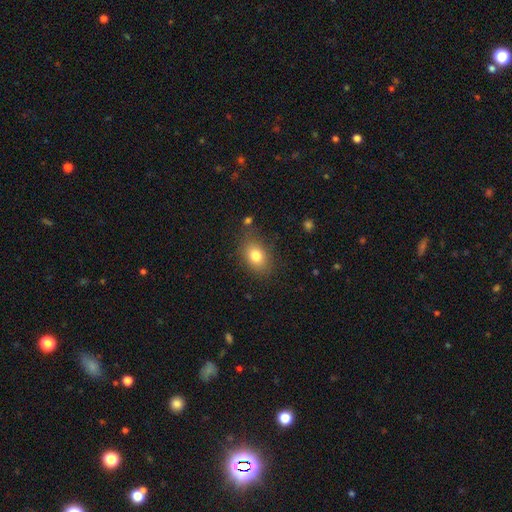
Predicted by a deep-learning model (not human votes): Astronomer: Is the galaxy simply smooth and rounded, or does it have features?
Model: smooth — 80%.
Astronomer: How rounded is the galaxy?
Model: in between — 73%.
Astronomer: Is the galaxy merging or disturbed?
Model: none — 78%.